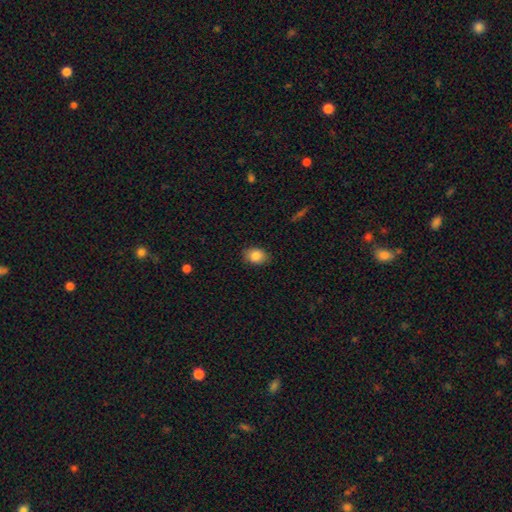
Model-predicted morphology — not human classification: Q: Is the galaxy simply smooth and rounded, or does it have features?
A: smooth — 85%.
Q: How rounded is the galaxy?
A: in between — 70%.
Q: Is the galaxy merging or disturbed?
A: none — 84%.